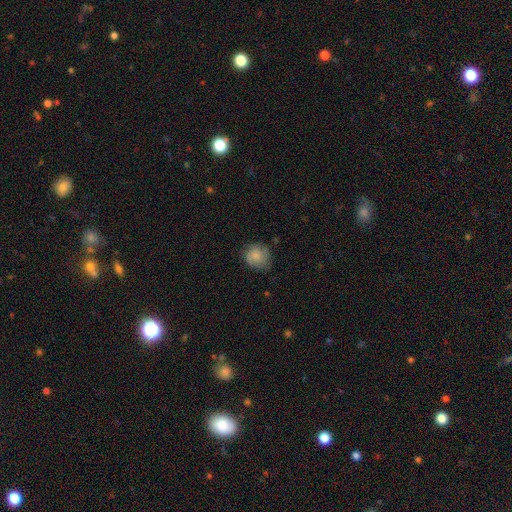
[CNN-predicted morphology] The model was most divided on "merging": none: 68%, minor disturbance: 25%, major disturbance: 6%, merger: 1%. More confident: how rounded — round (81%); smooth or featured — smooth (81%).